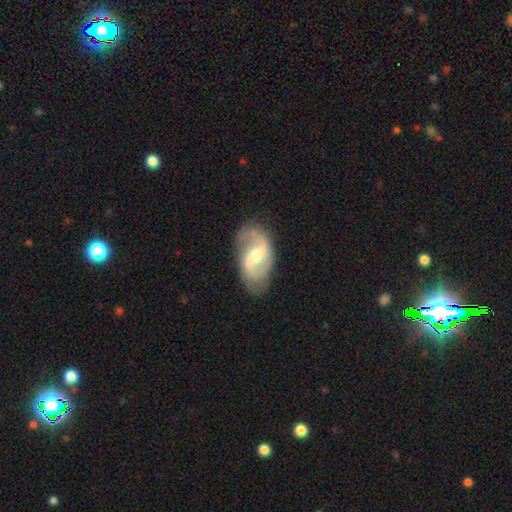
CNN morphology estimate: This appears to be a featured or disk galaxy (82%) with a weak bar (51%), 2 (88%) loose (46%) spiral arms (92%) and a moderate central bulge (56%). Merging: none (75%).